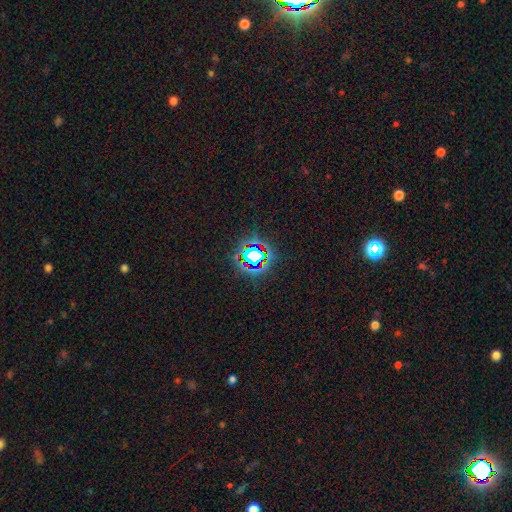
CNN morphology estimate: Smooth or featured: star or artifact — 69% (smooth — 19%)